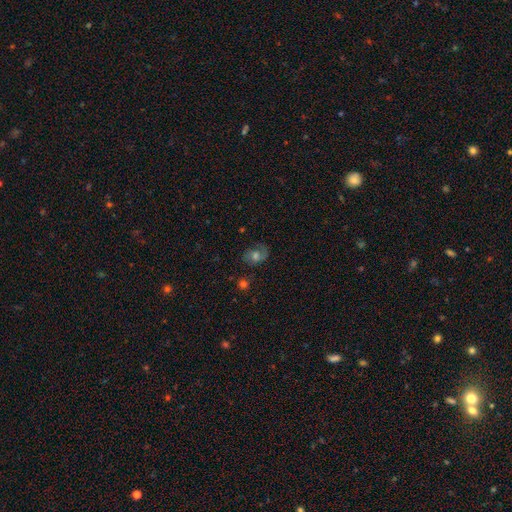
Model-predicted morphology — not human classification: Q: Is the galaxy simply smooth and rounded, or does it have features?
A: featured or disk — 46%.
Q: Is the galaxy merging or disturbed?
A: none — 67%.